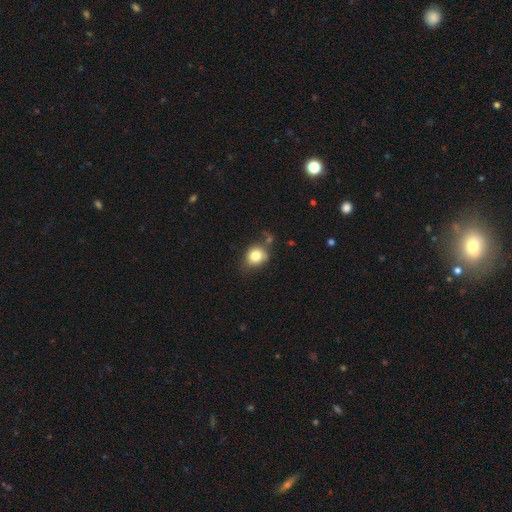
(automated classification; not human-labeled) Morphology: type=smooth (82%); roundness=round (72%); merging=none (62%).